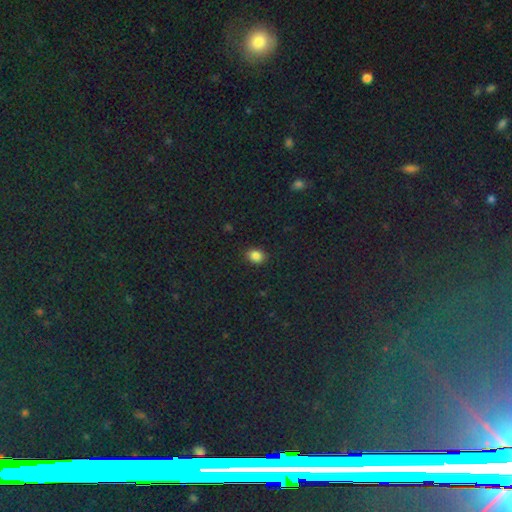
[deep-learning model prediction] A smooth galaxy with no disk features (85%) that is in between round and cigar-shaped (65%).

Vote fractions:
- Smooth or featured? smooth: 85% / star or artifact: 11% / featured or disk: 4%
- How rounded? in between: 65% / round: 34% / cigar-shaped: 1%
- Merging? none: 89% / minor disturbance: 8% / major disturbance: 2% / merger: 1%